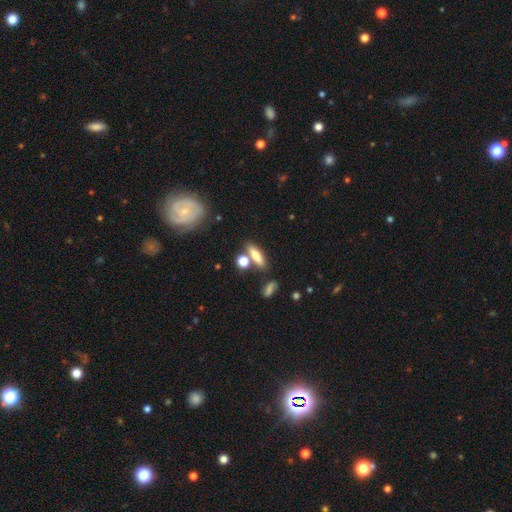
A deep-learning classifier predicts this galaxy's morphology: Overall: smooth (66%). How rounded: cigar-shaped (51%; in between 41%). Merging: none (66%).